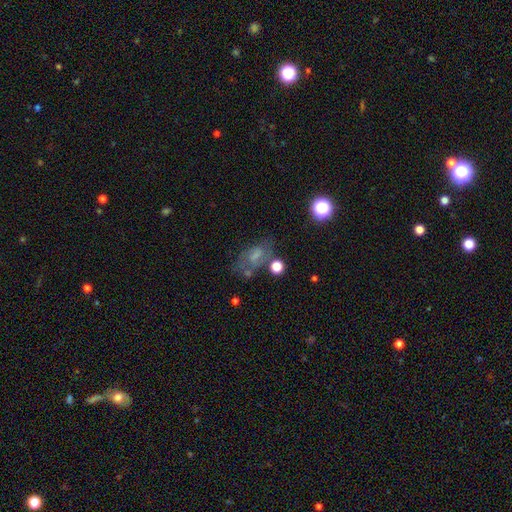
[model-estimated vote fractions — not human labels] The model was most divided on "smooth or featured" (2-way tie): smooth: 41%, featured or disk: 41%, star or artifact: 18%. Remaining: merging — none (45%).